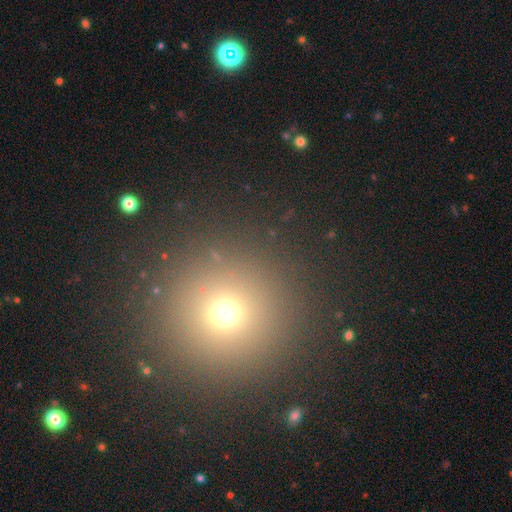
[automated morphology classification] This is likely a smooth galaxy (64%). How rounded: clearly round (96%). Merging: clearly none (91%).